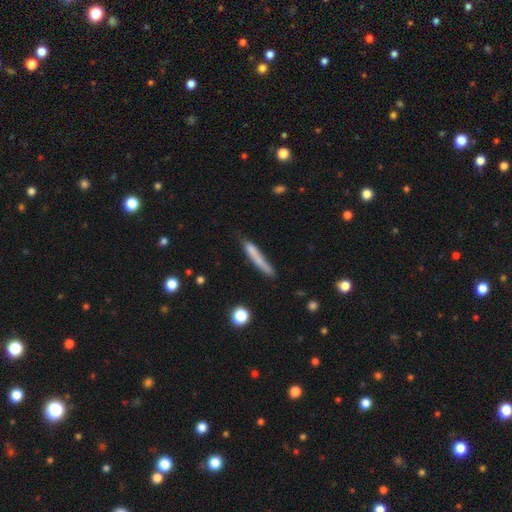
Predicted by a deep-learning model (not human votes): Morphology: type=smooth (70%); roundness=cigar-shaped (94%); merging=none (67%).